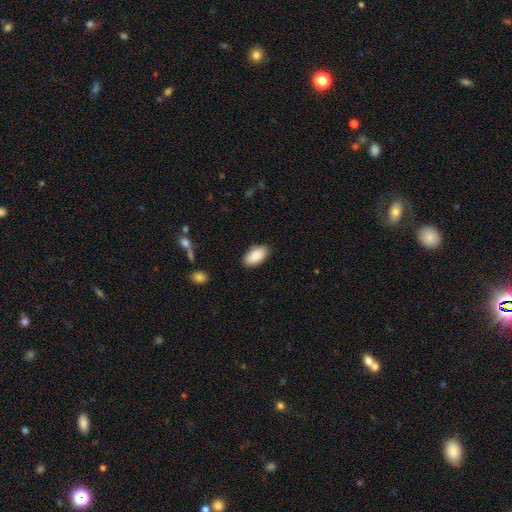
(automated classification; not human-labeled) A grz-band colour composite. It shows a smooth galaxy with no disk features (90%) that is in between round and cigar-shaped (95%). Merging: none (86%).